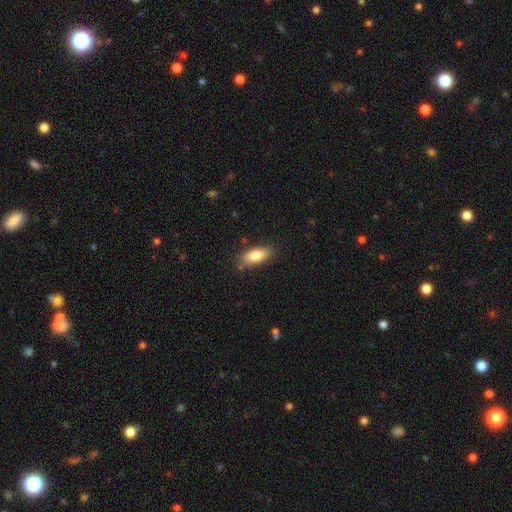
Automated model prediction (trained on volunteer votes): Q: Smooth or featured?
A: smooth (82%); runner-up: featured or disk (11%)
Q: How rounded?
A: in between (80%); runner-up: cigar-shaped (17%)
Q: Merging?
A: none (82%); runner-up: minor disturbance (13%)